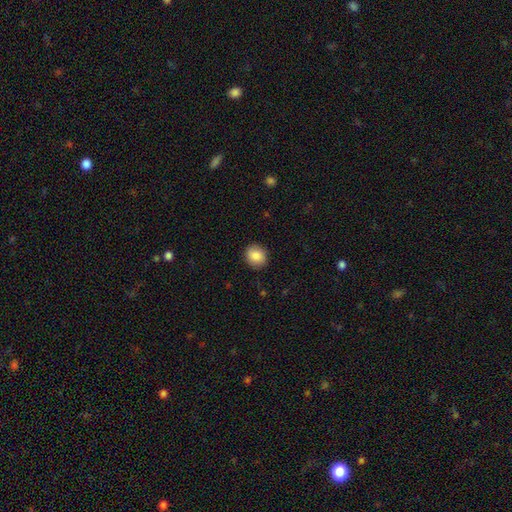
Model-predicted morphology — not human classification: smooth_or_featured: smooth (p=0.86) [alt: star or artifact p=0.08]
how_rounded: round (p=0.76) [alt: in between p=0.23]
merging: none (p=0.90) [alt: minor disturbance p=0.07]